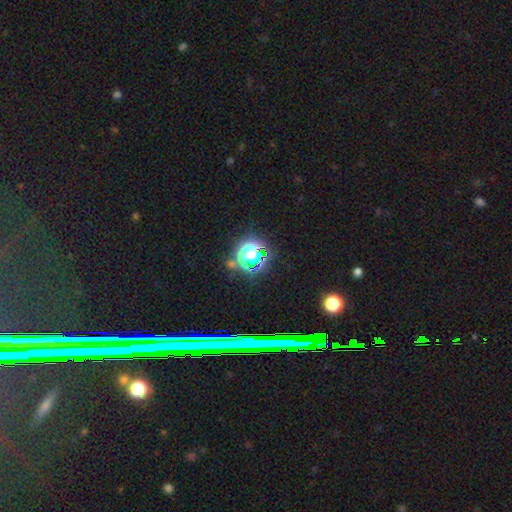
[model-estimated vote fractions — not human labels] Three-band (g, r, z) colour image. It shows a star or artifact, not a galaxy (75%).